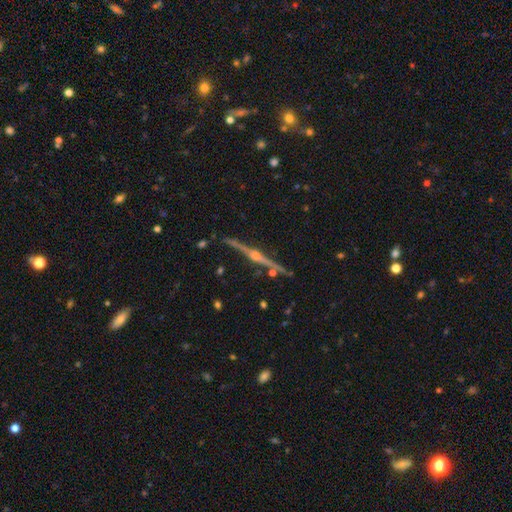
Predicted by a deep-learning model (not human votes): Smooth or featured: featured or disk — 83% (star or artifact — 8%)
Edge-on disk: yes — 98% (no — 2%)
Edge-on bulge: rounded — 87% (none — 7%)
Merging: none — 86% (minor disturbance — 9%)